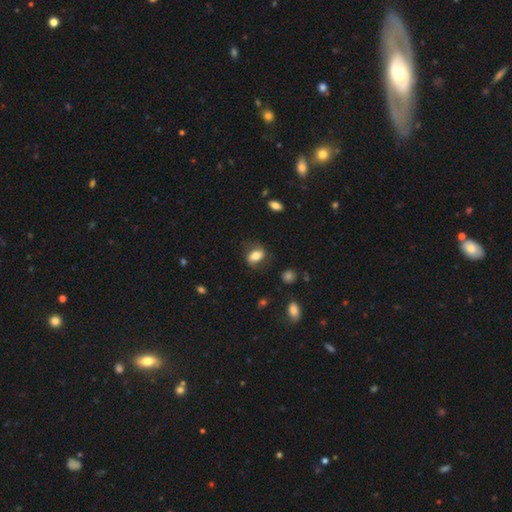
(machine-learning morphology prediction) smooth-or-featured: smooth: 60% | featured or disk: 32% | star or artifact: 9%
  how-rounded: in between: 77% | round: 20% | cigar-shaped: 3%
  merging: none: 70% | minor disturbance: 19% | major disturbance: 9% | merger: 2%